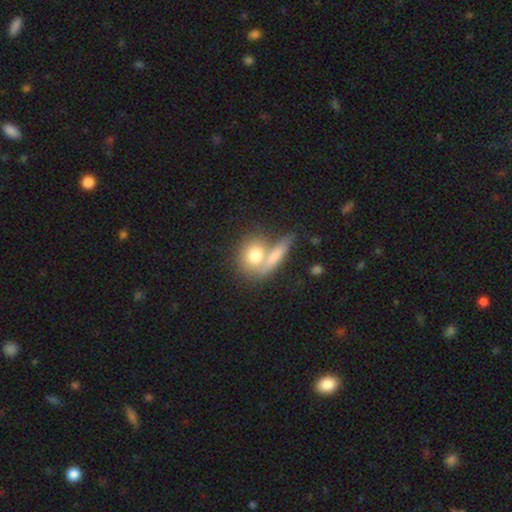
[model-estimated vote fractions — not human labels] Smooth or featured: smooth — 74% (featured or disk — 19%)
How rounded: round — 61% (in between — 31%)
Merging: merger — 47% (none — 37%)